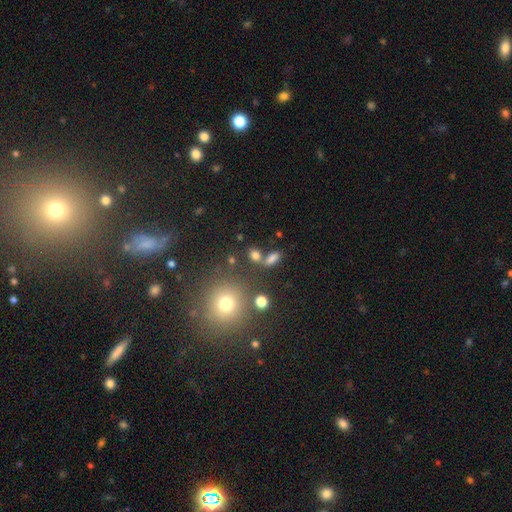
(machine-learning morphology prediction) This appears to be a smooth galaxy with no disk features (75%) that is in between round and cigar-shaped (69%). Merging: none (59%).